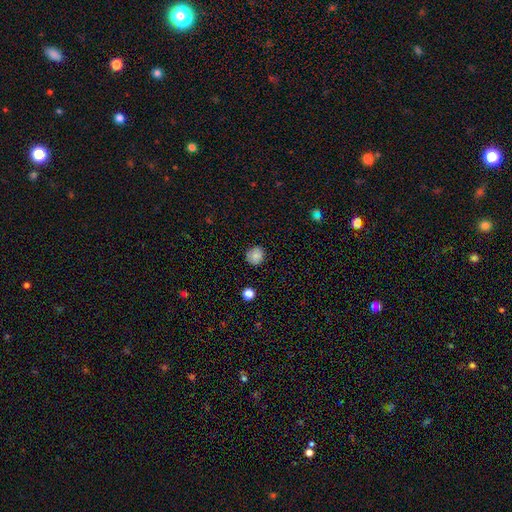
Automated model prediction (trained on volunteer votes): Smooth or featured: smooth — 82% (star or artifact — 10%)
How rounded: round — 91% (in between — 9%)
Merging: none — 86% (minor disturbance — 11%)